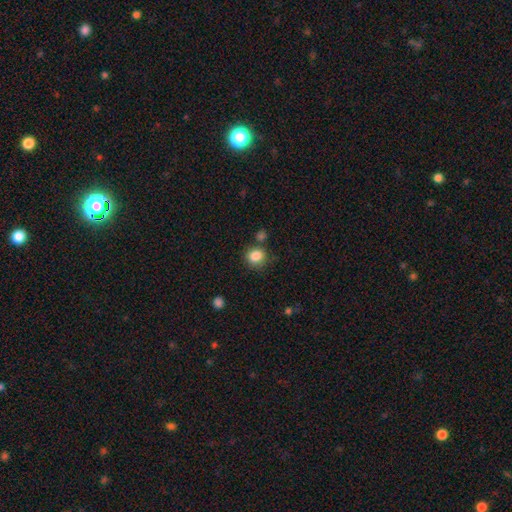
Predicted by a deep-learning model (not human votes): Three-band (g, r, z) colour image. It shows a smooth galaxy with no disk features (85%) that is round (78%). Merging: none (75%).